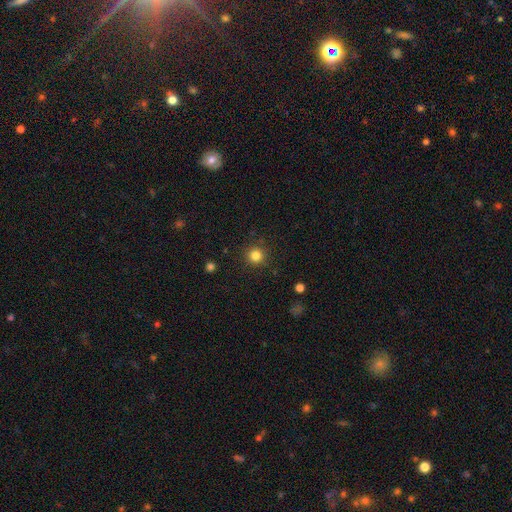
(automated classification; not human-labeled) This appears to be a smooth galaxy with no disk features (83%) that is round (95%). Merging: none (91%).